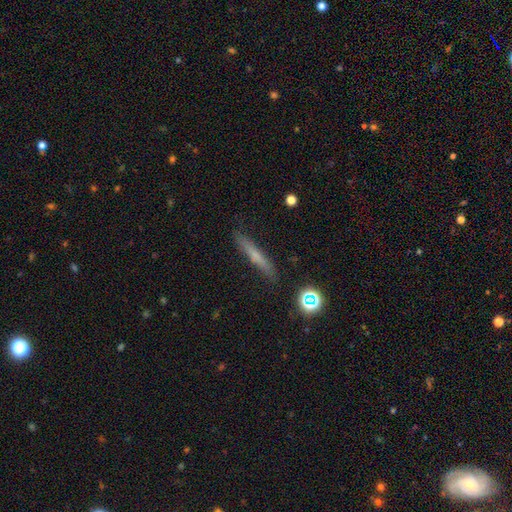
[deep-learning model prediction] The model was most divided on "smooth or featured": smooth: 59%, featured or disk: 31%, star or artifact: 10%. More confident: how rounded — cigar-shaped (92%); merging — none (85%).